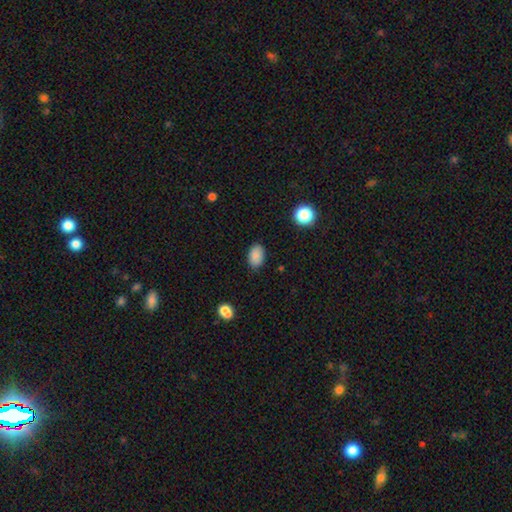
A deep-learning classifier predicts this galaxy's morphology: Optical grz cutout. It shows a smooth galaxy with no disk features (87%) that is in between round and cigar-shaped (87%). Merging: none (87%).